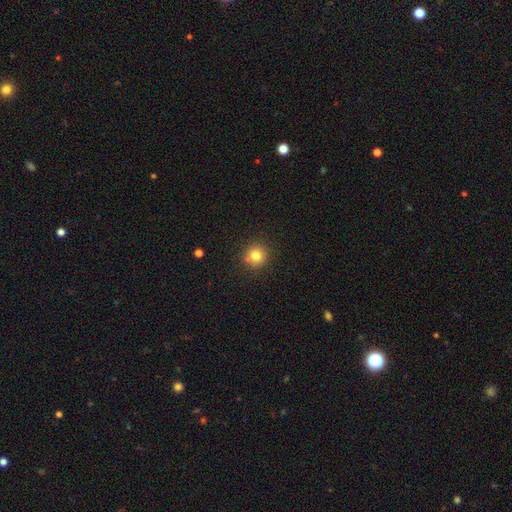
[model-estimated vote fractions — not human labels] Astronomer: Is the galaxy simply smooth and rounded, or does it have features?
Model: smooth — 80%.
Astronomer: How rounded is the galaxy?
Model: round — 93%.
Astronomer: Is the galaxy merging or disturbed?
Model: none — 84%.